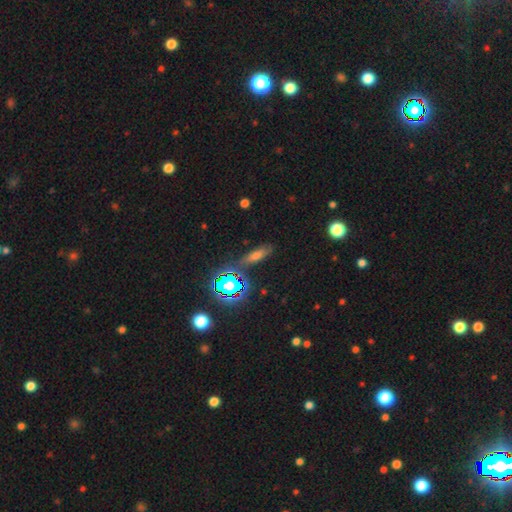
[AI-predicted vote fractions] A smooth galaxy with no disk features (53%) that is cigar-shaped (51%).

Vote fractions:
- Smooth or featured? smooth: 53% / star or artifact: 29% / featured or disk: 18%
- How rounded? cigar-shaped: 51% / in between: 39% / round: 10%
- Merging? none: 77% / minor disturbance: 14% / major disturbance: 5% / merger: 5%